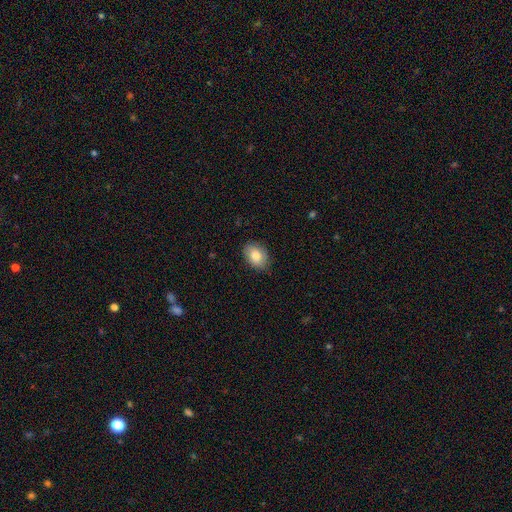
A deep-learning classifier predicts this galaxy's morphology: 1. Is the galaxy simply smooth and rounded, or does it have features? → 83% smooth, 10% featured or disk, 7% star or artifact.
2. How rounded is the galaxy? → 81% in between, 18% round, 1% cigar-shaped.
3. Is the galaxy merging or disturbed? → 82% none, 15% minor disturbance, 3% major disturbance, 1% merger.